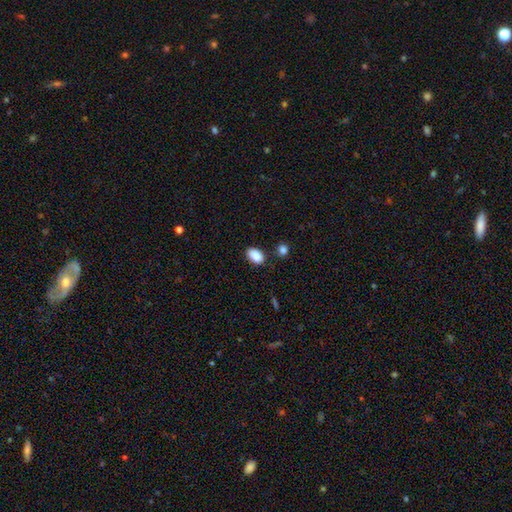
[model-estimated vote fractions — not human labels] Smooth or featured? smooth (89%)
How rounded? in between (89%)
Merging? none (79%)